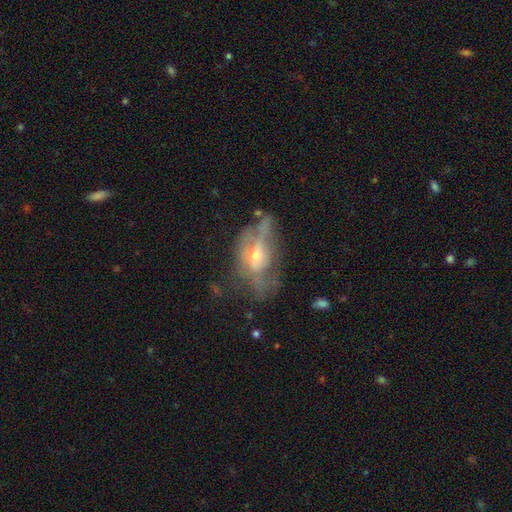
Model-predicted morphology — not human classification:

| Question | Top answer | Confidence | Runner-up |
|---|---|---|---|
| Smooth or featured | featured or disk | 61% | smooth (29%) |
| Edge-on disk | no | 81% | yes (19%) |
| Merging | major disturbance | 36% | none (32%) |